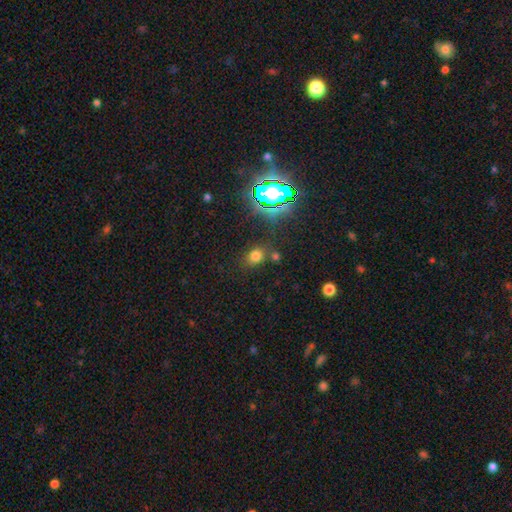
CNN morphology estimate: This appears to be a smooth galaxy with no disk features (67%) that is round (54%). Merging: none (75%).